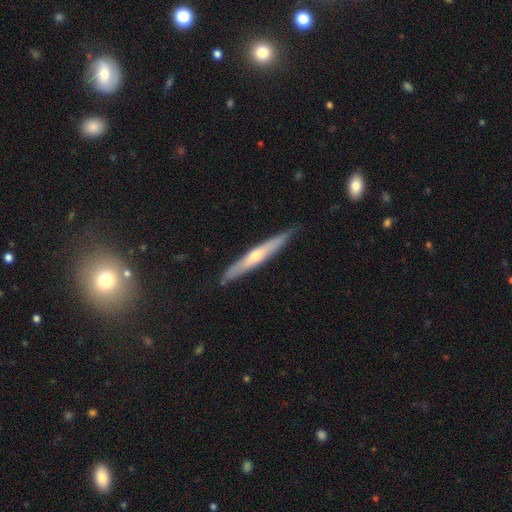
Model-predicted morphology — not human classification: A featured or disk galaxy (60%) viewed edge-on (93%) with a rounded central bulge (75%).

Vote fractions:
- Smooth or featured? featured or disk: 60% / smooth: 33% / star or artifact: 6%
- Edge-on disk? yes: 93% / no: 7%
- Edge-on bulge? rounded: 75% / none: 21% / boxy: 3%
- Merging? none: 84% / minor disturbance: 13% / major disturbance: 2% / merger: 1%